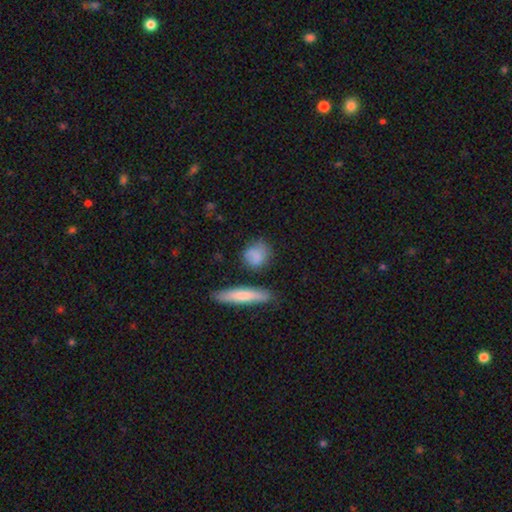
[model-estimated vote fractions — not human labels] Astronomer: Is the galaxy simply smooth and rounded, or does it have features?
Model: smooth — 77%.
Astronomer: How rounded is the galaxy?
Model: round — 59%.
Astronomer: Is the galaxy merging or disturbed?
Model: none — 69%.